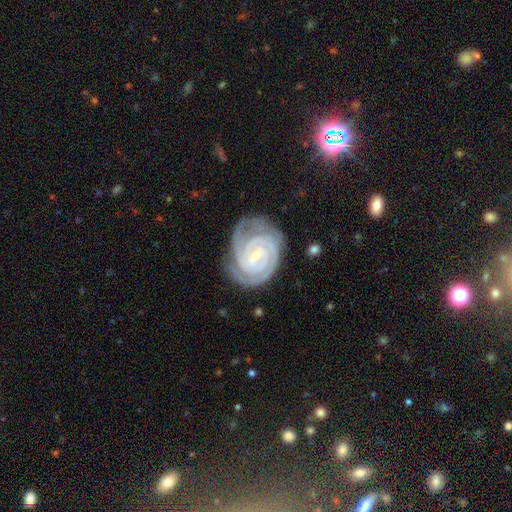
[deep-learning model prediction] Smooth or featured? Predicted: featured or disk (p=0.92). Edge-on disk? Predicted: no (p=0.98). Bar? Predicted: no (p=0.48). Spiral arms? Predicted: yes (p=0.99). Spiral winding? Predicted: tight (p=0.85). Spiral arm count? Predicted: 2 (p=0.42). Bulge size? Predicted: small (p=0.77). Merging? Predicted: none (p=0.75).